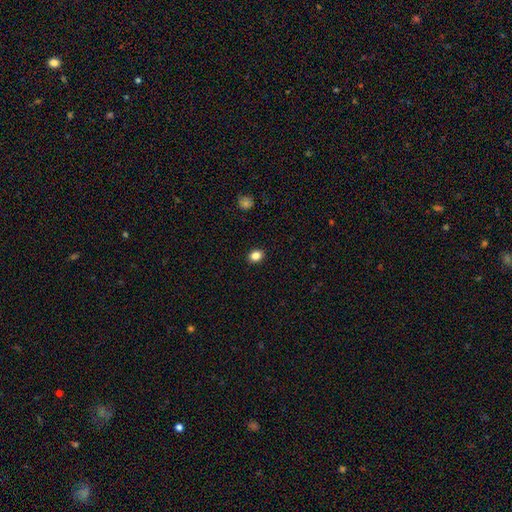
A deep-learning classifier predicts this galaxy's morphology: smooth-or-featured: smooth: 85% | star or artifact: 11% | featured or disk: 4%
  how-rounded: round: 50% | in between: 49% | cigar-shaped: 1%
  merging: none: 91% | minor disturbance: 7% | major disturbance: 2% | merger: 1%